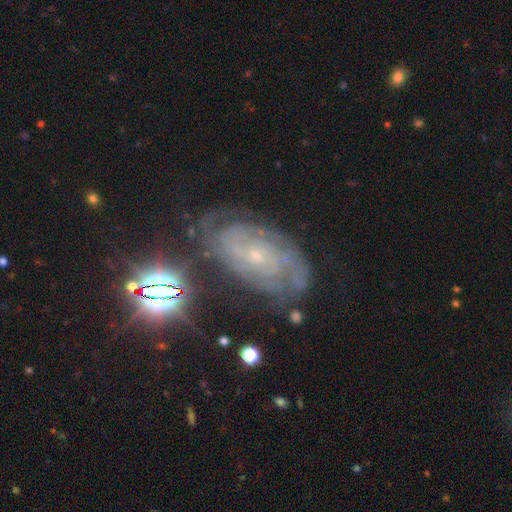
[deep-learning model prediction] Smooth or featured? Predicted: featured or disk (p=0.77). Edge-on disk? Predicted: no (p=0.95). Bar? Predicted: no (p=0.73). Spiral arms? Predicted: yes (p=0.93). Spiral winding? Predicted: tight (p=0.70). Spiral arm count? Predicted: can't tell (p=0.47). Bulge size? Predicted: small (p=0.82). Merging? Predicted: none (p=0.68).